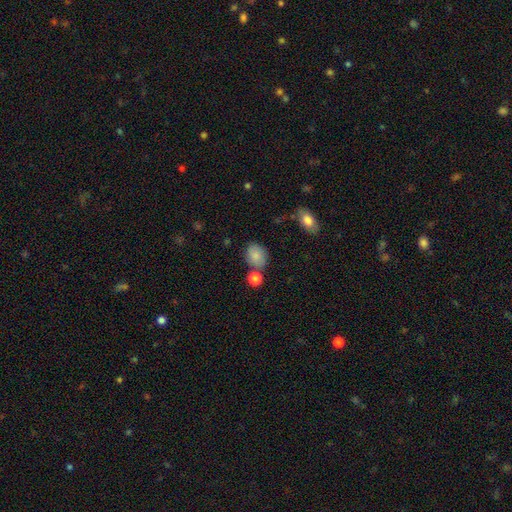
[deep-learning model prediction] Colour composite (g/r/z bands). It shows a smooth galaxy with no disk features (85%) that is in between round and cigar-shaped (55%). Merging: none (70%).